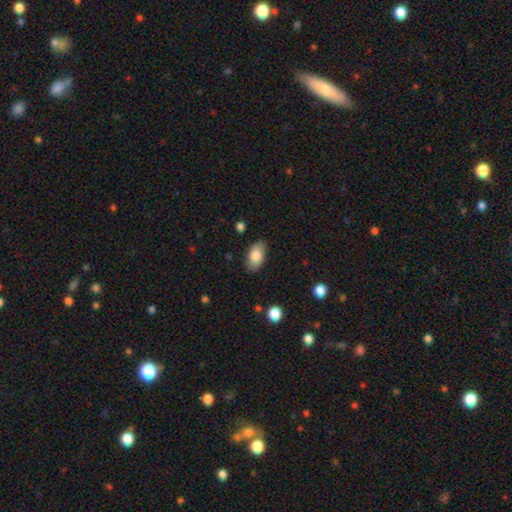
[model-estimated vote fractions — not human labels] smooth_or_featured: smooth (p=0.82) [alt: featured or disk p=0.11]
how_rounded: in between (p=0.93) [alt: round p=0.05]
merging: none (p=0.82) [alt: minor disturbance p=0.14]